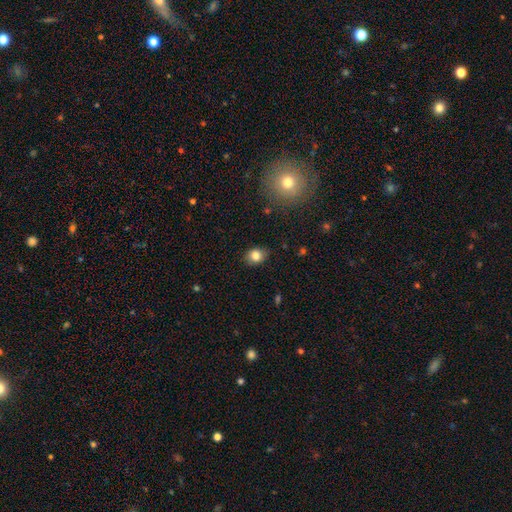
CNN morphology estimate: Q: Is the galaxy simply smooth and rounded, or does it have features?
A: smooth — 83%.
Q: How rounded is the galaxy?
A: in between — 53%.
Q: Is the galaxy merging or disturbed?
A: none — 84%.